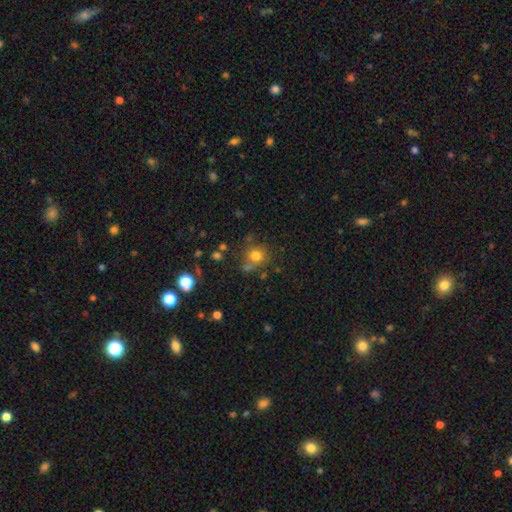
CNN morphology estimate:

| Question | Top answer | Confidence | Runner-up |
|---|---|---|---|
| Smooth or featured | smooth | 76% | star or artifact (15%) |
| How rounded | round | 88% | in between (11%) |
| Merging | none | 68% | minor disturbance (14%) |